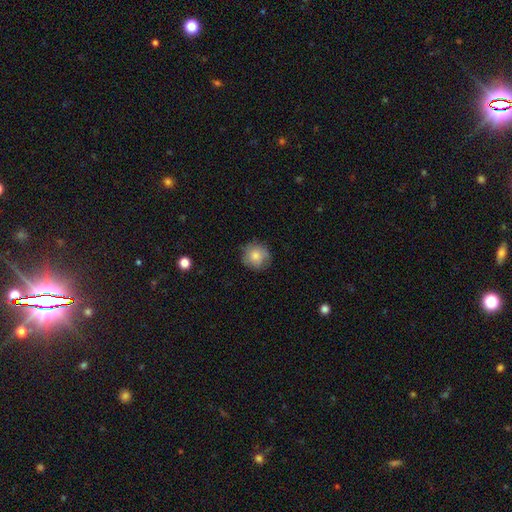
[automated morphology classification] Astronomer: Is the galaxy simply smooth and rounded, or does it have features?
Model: smooth — 79%.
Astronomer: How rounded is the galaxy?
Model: round — 92%.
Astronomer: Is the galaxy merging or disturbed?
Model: none — 81%.